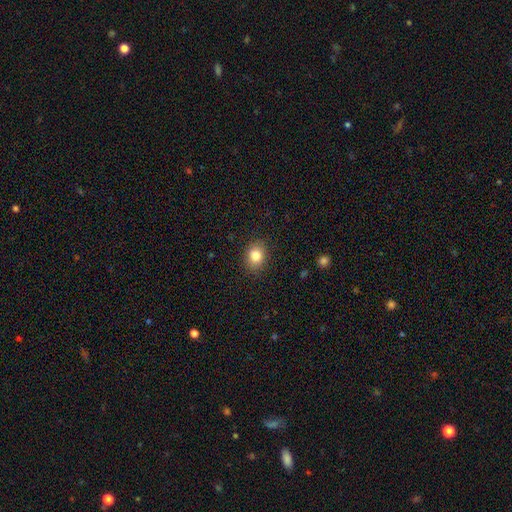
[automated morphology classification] Smooth or featured?
  - smooth: 84% *
  - star or artifact: 10%
  - featured or disk: 7%
How rounded?
  - in between: 54% *
  - round: 45%
  - cigar-shaped: 1%
Merging?
  - none: 88% *
  - minor disturbance: 9%
  - major disturbance: 2%
  - merger: 1%